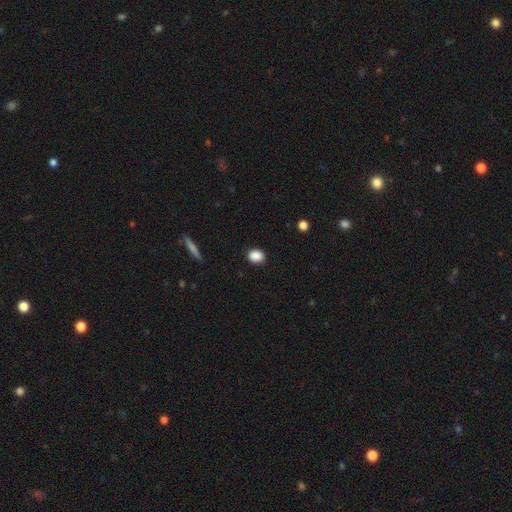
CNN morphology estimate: Q: Smooth or featured?
A: smooth (88%); runner-up: star or artifact (8%)
Q: How rounded?
A: in between (50%); runner-up: round (49%)
Q: Merging?
A: none (89%); runner-up: minor disturbance (8%)